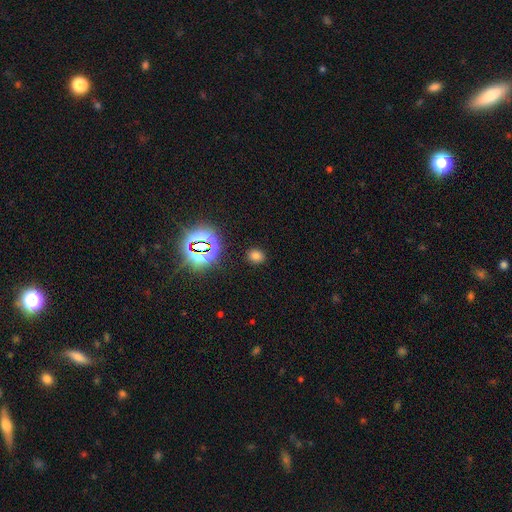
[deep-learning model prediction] smooth 70%, star or artifact 24%, featured or disk 6%. Down the decision tree: how rounded — round (58%); merging — none (87%).